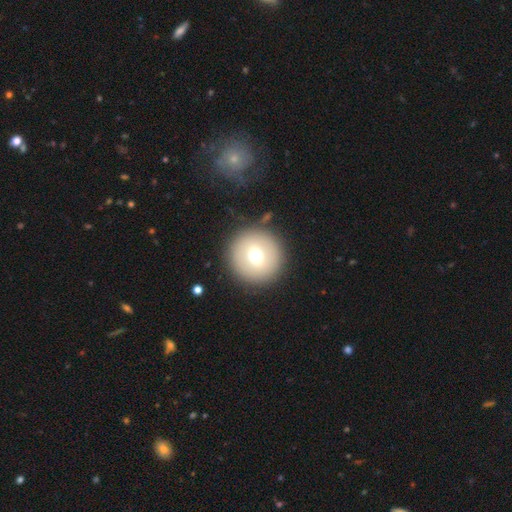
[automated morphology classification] Smooth or featured?
  - smooth: 67% *
  - featured or disk: 20%
  - star or artifact: 12%
How rounded?
  - round: 96% *
  - in between: 3%
  - cigar-shaped: 1%
Merging?
  - none: 87% *
  - minor disturbance: 6%
  - major disturbance: 3%
  - merger: 3%